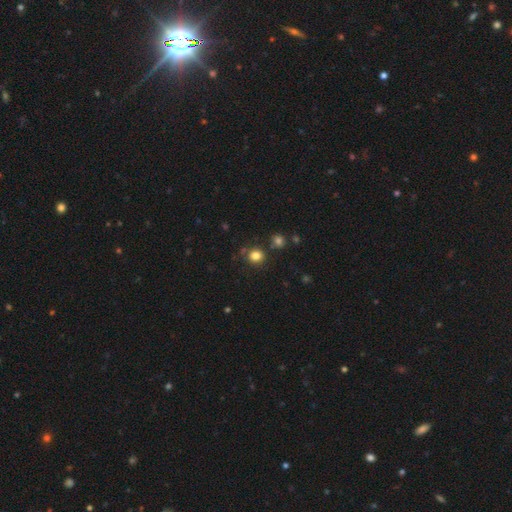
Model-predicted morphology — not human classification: This appears to be a smooth galaxy with no disk features (81%) that is round (83%). Merging: none (80%).